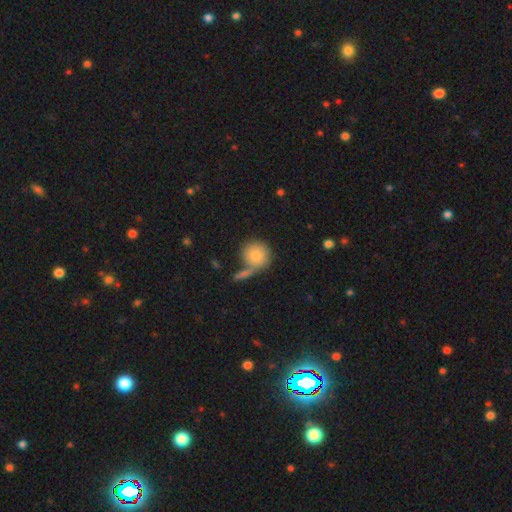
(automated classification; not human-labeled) The model was most divided on "merging": none: 57%, merger: 26%, minor disturbance: 12%, major disturbance: 6%. More confident: how rounded — round (91%); smooth or featured — smooth (82%).